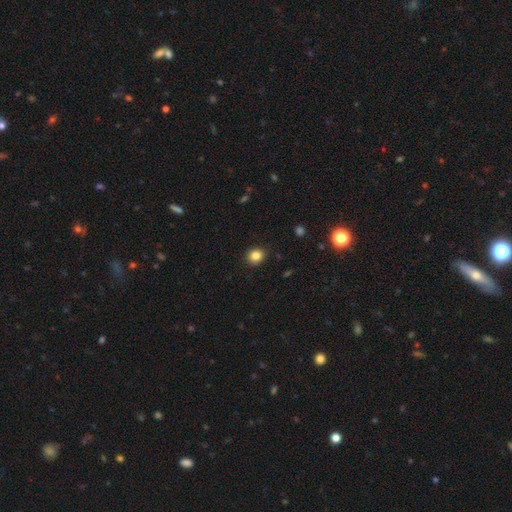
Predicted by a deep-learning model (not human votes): This appears to be a smooth galaxy with no disk features (84%) that is round (78%). Merging: none (89%).